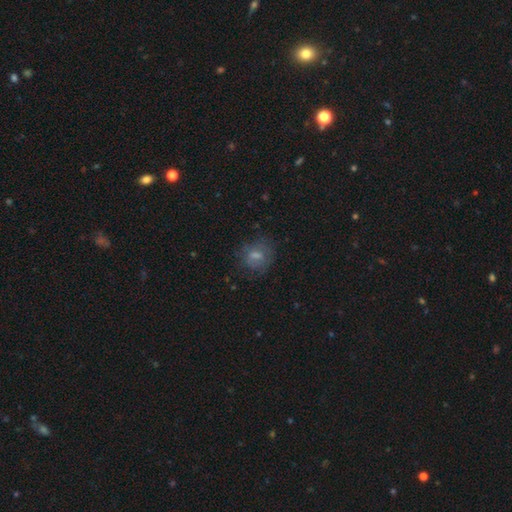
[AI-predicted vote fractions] smooth 62%, featured or disk 26%, star or artifact 12%. Down the decision tree: how rounded — round (57%); merging — none (65%).